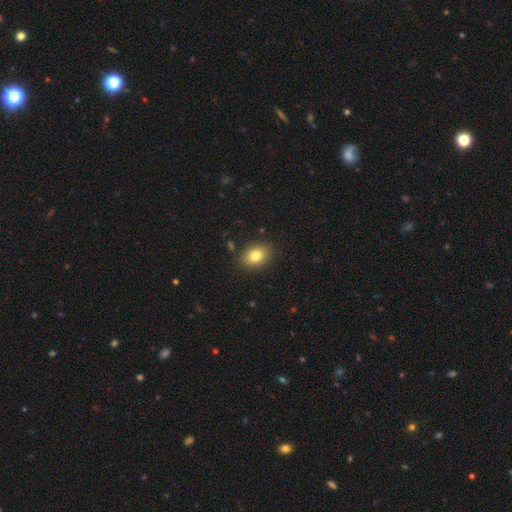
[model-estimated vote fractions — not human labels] Smooth or featured? smooth (81%)
How rounded? in between (70%)
Merging? none (87%)